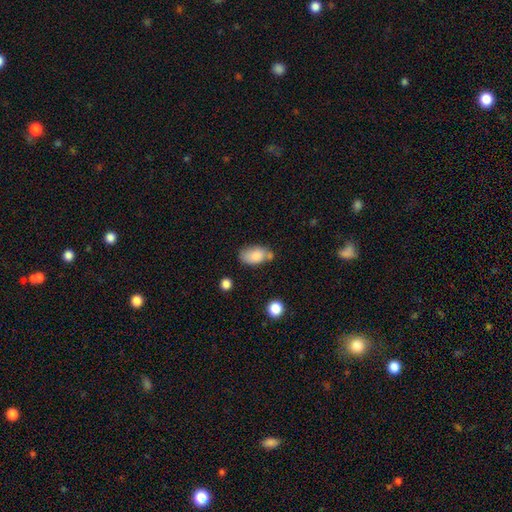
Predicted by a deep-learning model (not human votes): This is clearly a smooth galaxy (82%). How rounded: clearly in between (92%). Merging: possibly none (54%).